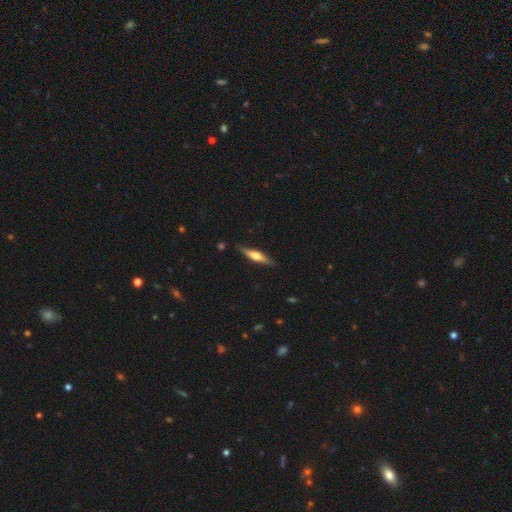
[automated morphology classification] Smooth or featured?
  - featured or disk: 65% *
  - smooth: 30%
  - star or artifact: 6%
Edge-on disk?
  - yes: 96% *
  - no: 4%
Edge-on bulge?
  - rounded: 86% *
  - boxy: 10%
  - none: 4%
Merging?
  - none: 86% *
  - minor disturbance: 10%
  - major disturbance: 2%
  - merger: 2%